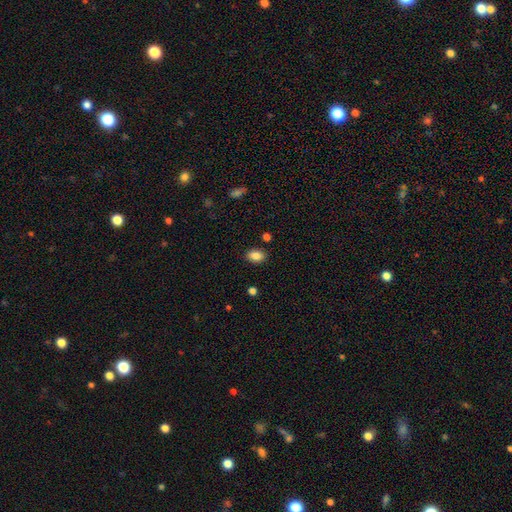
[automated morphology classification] Smooth or featured? Predicted: smooth (p=0.86). How rounded? Predicted: in between (p=0.83). Merging? Predicted: none (p=0.87).